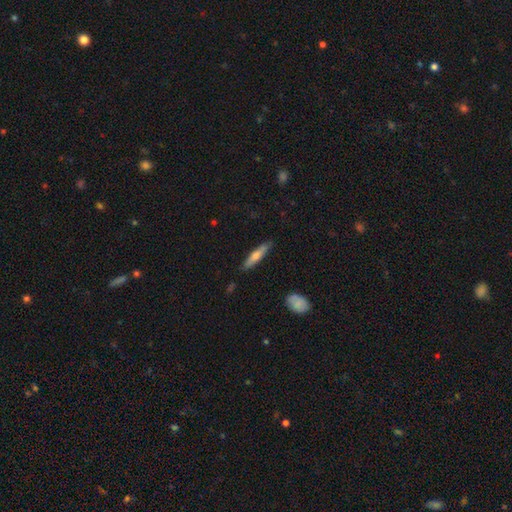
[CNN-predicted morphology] smooth-or-featured: smooth: 56% | featured or disk: 38% | star or artifact: 6%
  how-rounded: cigar-shaped: 85% | in between: 14% | round: 2%
  merging: none: 85% | minor disturbance: 12% | major disturbance: 2% | merger: 1%